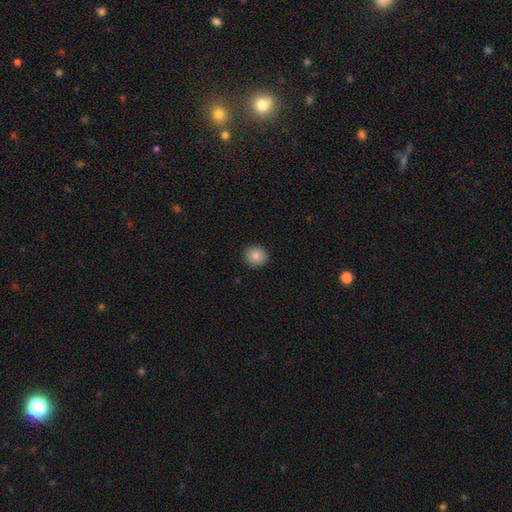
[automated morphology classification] smooth_or_featured: smooth (p=0.86) [alt: star or artifact p=0.09]
how_rounded: round (p=0.89) [alt: in between p=0.10]
merging: none (p=0.92) [alt: minor disturbance p=0.05]